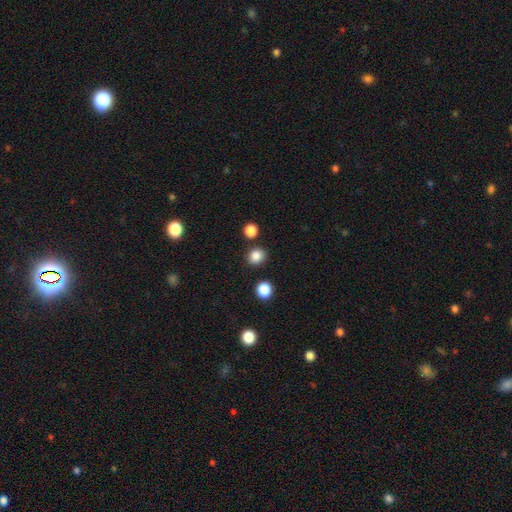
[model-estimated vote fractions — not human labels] smooth-or-featured: smooth: 85% | star or artifact: 12% | featured or disk: 3%
  how-rounded: round: 81% | in between: 18% | cigar-shaped: 1%
  merging: none: 85% | minor disturbance: 7% | merger: 5% | major disturbance: 2%